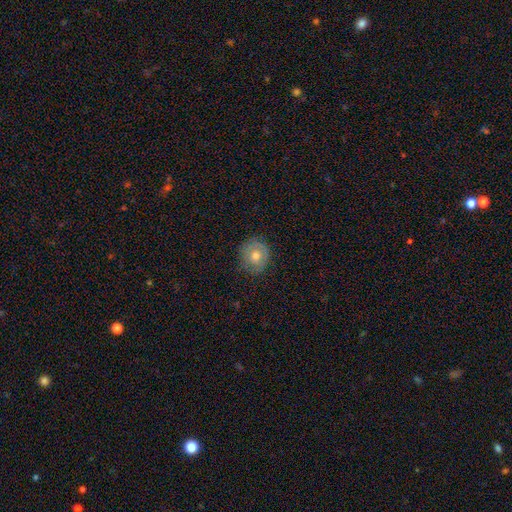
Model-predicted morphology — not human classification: Q: Smooth or featured?
A: smooth (55%); runner-up: featured or disk (35%)
Q: How rounded?
A: round (87%); runner-up: in between (12%)
Q: Merging?
A: none (79%); runner-up: minor disturbance (16%)